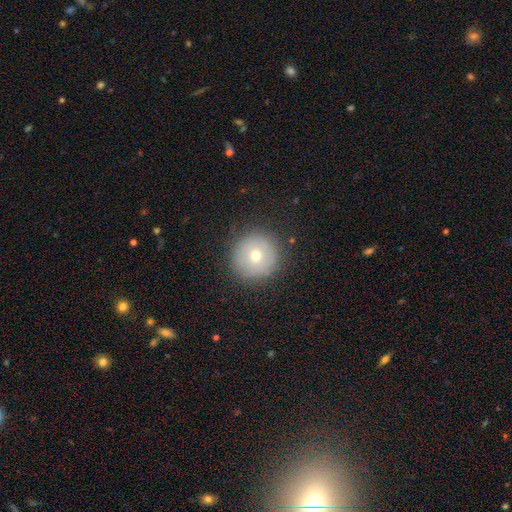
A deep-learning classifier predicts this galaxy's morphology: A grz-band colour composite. It shows a smooth galaxy with no disk features (63%) that is round (96%). Merging: none (87%).